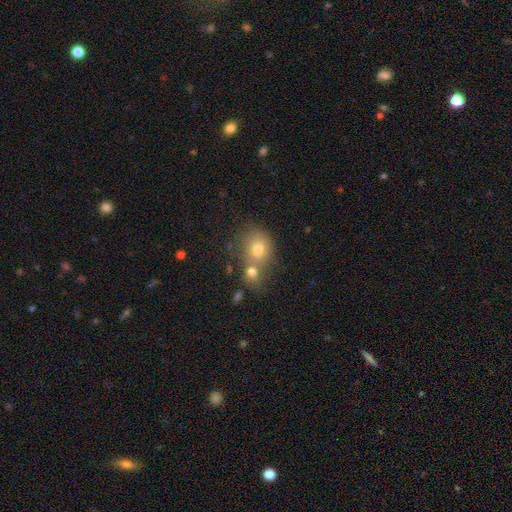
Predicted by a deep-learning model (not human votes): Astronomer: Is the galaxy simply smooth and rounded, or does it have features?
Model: smooth — 65%.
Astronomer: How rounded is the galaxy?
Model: round — 74%.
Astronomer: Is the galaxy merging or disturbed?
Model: none — 55%.